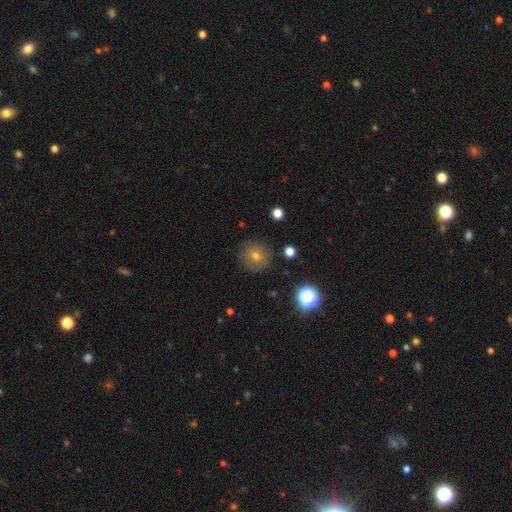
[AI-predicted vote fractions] Overall: smooth (65%). How rounded: round (91%). Merging: none (88%).